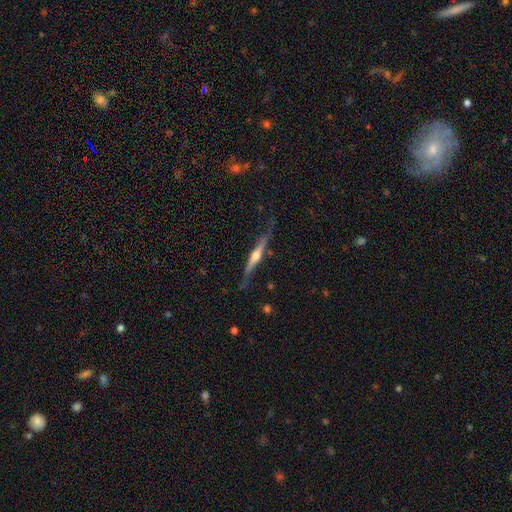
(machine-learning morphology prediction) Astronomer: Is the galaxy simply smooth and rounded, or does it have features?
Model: featured or disk — 73%.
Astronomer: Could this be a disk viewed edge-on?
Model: yes — 96%.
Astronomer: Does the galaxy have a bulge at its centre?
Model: rounded — 87%.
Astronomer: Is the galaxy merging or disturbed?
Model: none — 71%.